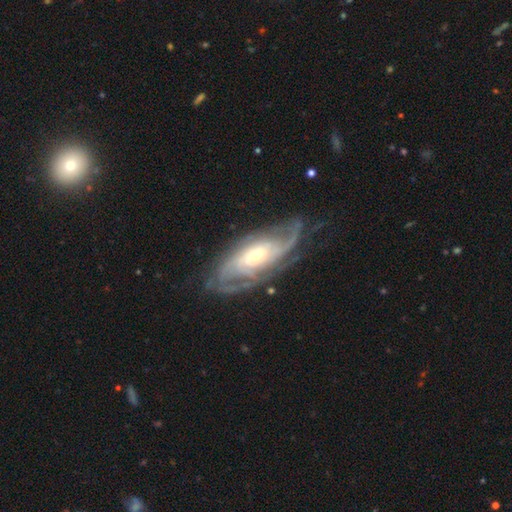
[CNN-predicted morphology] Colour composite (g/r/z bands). It shows a featured or disk galaxy (87%) with no bar (60%), tight (56%) spiral arms (96%) and a small central bulge (54%). Merging: none (70%).